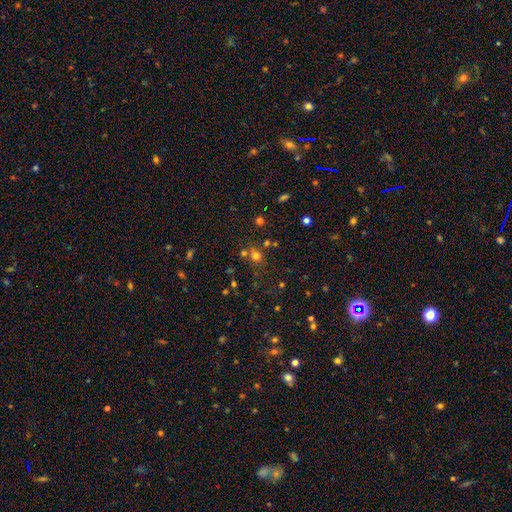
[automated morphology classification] This is likely a smooth galaxy (63%). How rounded: clearly round (85%). Merging: likely none (63%).